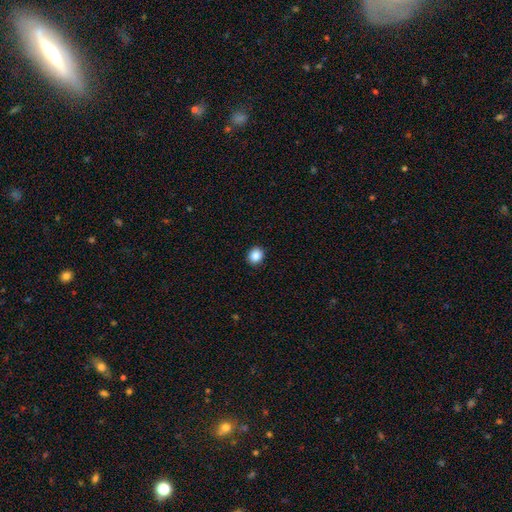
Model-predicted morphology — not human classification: Overall: smooth (86%). How rounded: round (73%). Merging: none (92%).